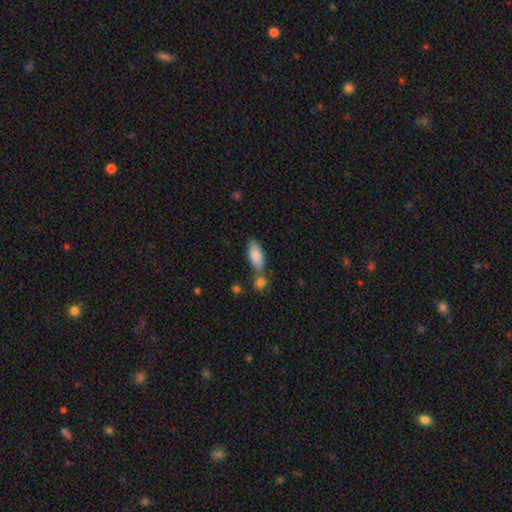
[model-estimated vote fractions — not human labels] Smooth or featured? smooth (84%)
How rounded? in between (81%)
Merging? none (59%)